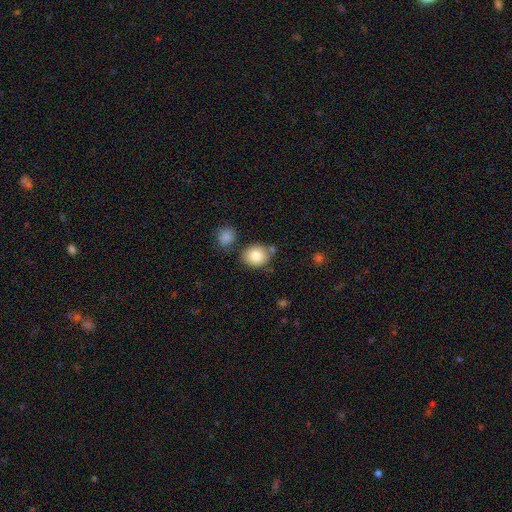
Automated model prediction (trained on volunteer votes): This appears to be a smooth galaxy with no disk features (83%) that is round (69%). Merging: none (73%).